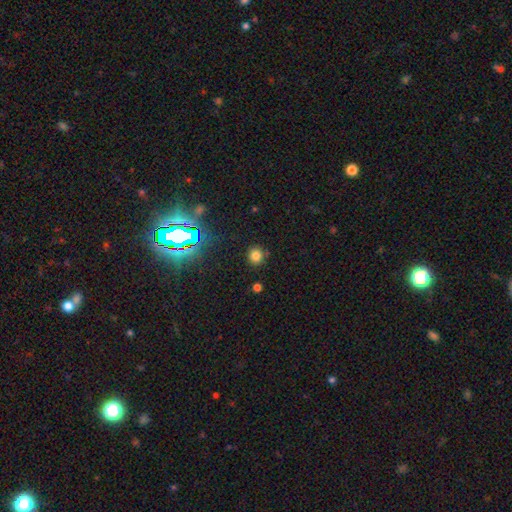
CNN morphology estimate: smooth_or_featured: smooth (p=0.74) [alt: star or artifact p=0.21]
how_rounded: round (p=0.88) [alt: in between p=0.11]
merging: none (p=0.86) [alt: minor disturbance p=0.09]